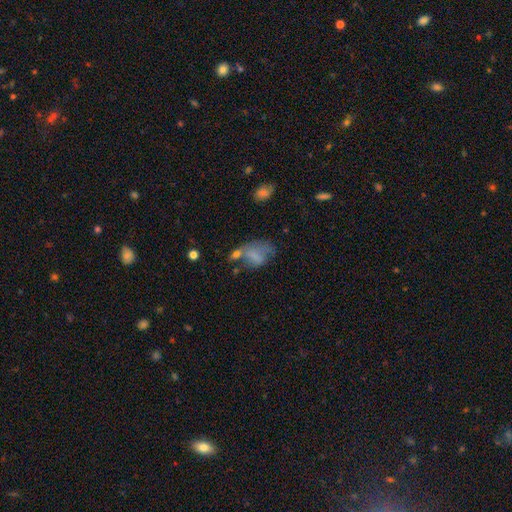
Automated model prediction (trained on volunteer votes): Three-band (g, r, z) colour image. It shows a smooth galaxy with no disk features (62%) that is in between round and cigar-shaped (82%). Merging: major disturbance (33%).